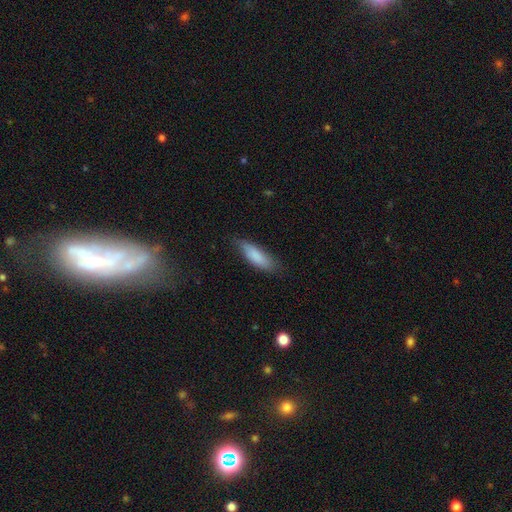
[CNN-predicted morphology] smooth 84%, featured or disk 10%, star or artifact 6%. Down the decision tree: how rounded — in between (52%); merging — none (73%).